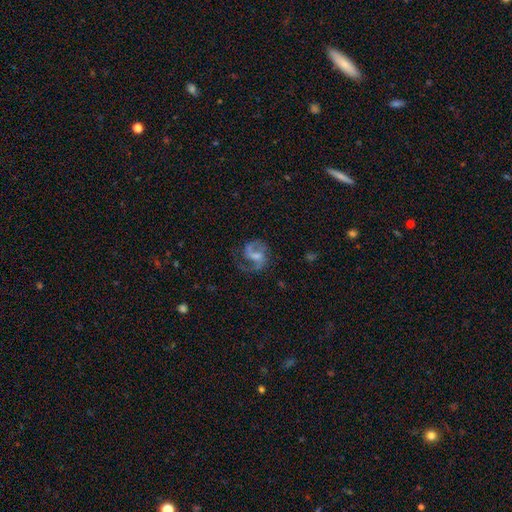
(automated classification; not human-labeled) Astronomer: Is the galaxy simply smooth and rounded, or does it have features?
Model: featured or disk — 76%.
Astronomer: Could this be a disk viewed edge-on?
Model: no — 98%.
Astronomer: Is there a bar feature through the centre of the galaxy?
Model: weak — 51% (runner-up: no, 32%).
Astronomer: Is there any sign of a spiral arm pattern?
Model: yes — 91%.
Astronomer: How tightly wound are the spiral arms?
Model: medium — 49% (runner-up: loose, 38%).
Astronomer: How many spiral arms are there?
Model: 2 — 71%.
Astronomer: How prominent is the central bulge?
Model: small — 40% (runner-up: moderate, 37%).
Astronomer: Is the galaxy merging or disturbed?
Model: none — 53%.